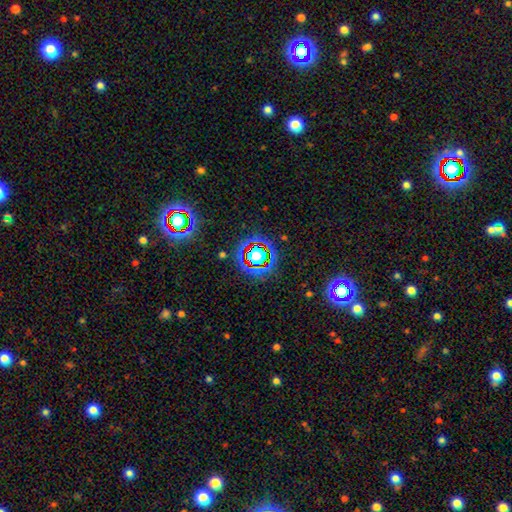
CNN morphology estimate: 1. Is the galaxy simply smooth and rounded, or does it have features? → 63% star or artifact, 24% smooth, 13% featured or disk.